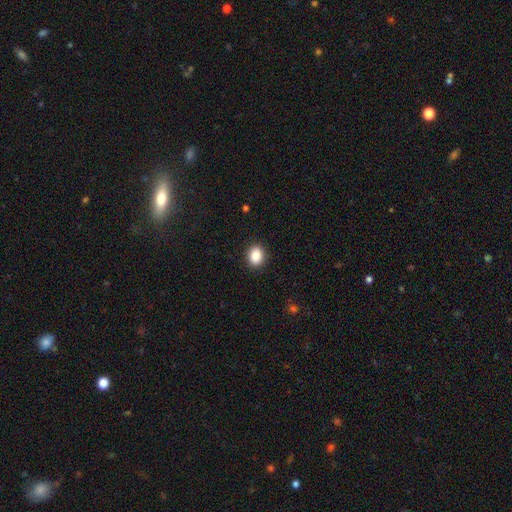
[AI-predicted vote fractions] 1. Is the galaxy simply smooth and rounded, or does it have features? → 88% smooth, 8% star or artifact, 3% featured or disk.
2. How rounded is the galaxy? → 56% in between, 43% round, 1% cigar-shaped.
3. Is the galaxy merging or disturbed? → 90% none, 7% minor disturbance, 2% major disturbance, 1% merger.